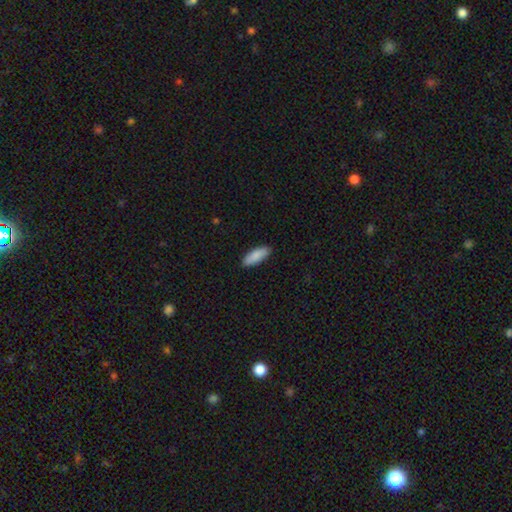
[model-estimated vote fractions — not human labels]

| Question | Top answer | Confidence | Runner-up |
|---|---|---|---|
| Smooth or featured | smooth | 89% | featured or disk (6%) |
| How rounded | in between | 66% | cigar-shaped (32%) |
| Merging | none | 89% | minor disturbance (8%) |